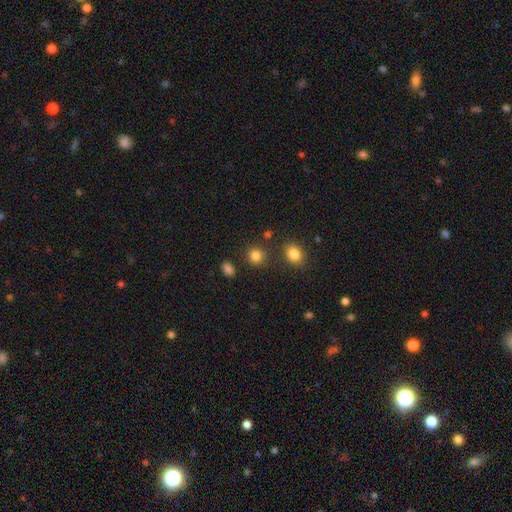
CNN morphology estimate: A smooth galaxy with no disk features (83%) that is round (81%).

Vote fractions:
- Smooth or featured? smooth: 83% / star or artifact: 12% / featured or disk: 5%
- How rounded? round: 81% / in between: 18% / cigar-shaped: 1%
- Merging? none: 82% / minor disturbance: 9% / merger: 6% / major disturbance: 3%